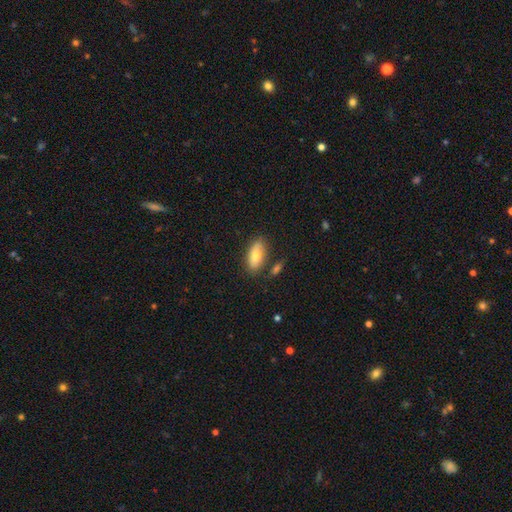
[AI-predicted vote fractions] Smooth or featured?
  - smooth: 78% *
  - featured or disk: 16%
  - star or artifact: 6%
How rounded?
  - in between: 88% *
  - cigar-shaped: 9%
  - round: 3%
Merging?
  - none: 75% *
  - minor disturbance: 15%
  - merger: 7%
  - major disturbance: 3%